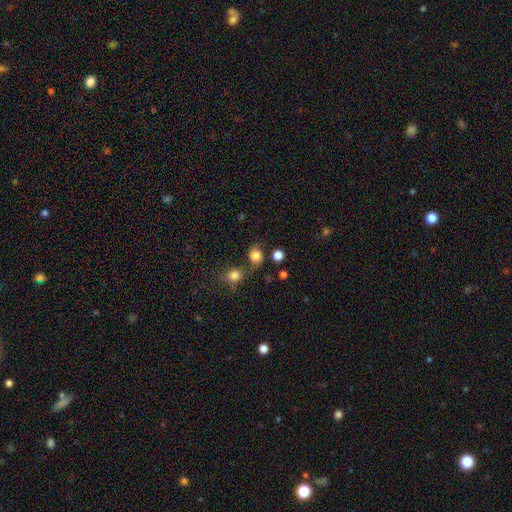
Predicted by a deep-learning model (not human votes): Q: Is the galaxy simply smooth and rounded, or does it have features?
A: smooth — 74%.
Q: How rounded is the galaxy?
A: round — 73%.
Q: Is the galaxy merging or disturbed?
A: none — 54%.